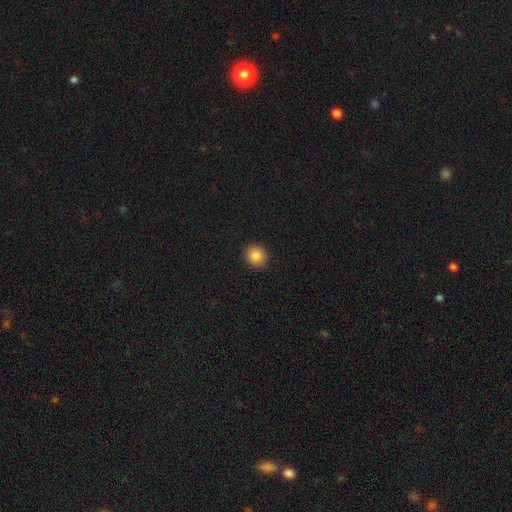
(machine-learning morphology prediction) A smooth galaxy with no disk features (87%) that is round (84%).

Vote fractions:
- Smooth or featured? smooth: 87% / star or artifact: 10% / featured or disk: 4%
- How rounded? round: 84% / in between: 15% / cigar-shaped: 1%
- Merging? none: 92% / minor disturbance: 6% / major disturbance: 2% / merger: 1%